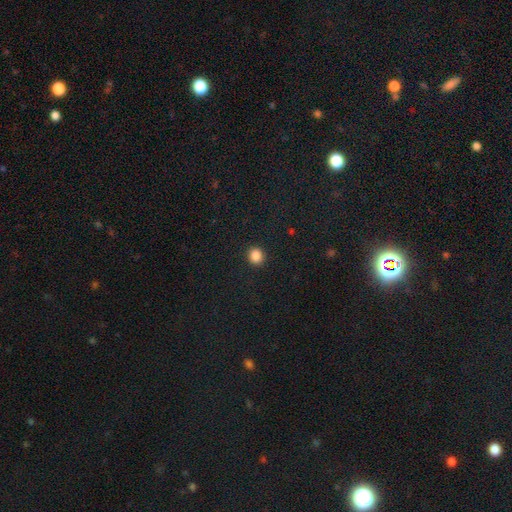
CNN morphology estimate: smooth-or-featured: smooth: 86% | star or artifact: 10% | featured or disk: 3%
  how-rounded: round: 84% | in between: 16% | cigar-shaped: 1%
  merging: none: 92% | minor disturbance: 5% | major disturbance: 2% | merger: 1%